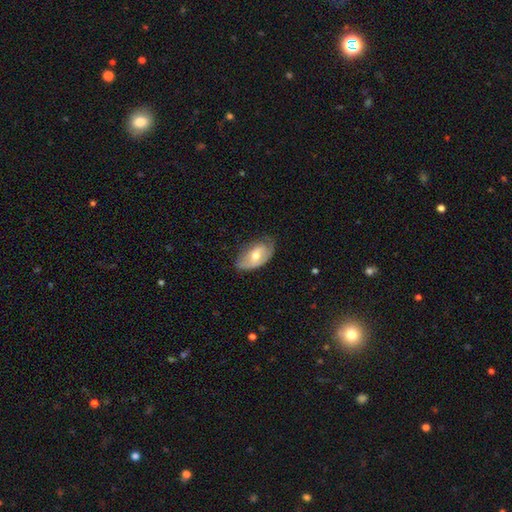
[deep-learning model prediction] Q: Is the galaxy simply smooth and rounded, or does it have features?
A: smooth — 51%.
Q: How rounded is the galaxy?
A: in between — 92%.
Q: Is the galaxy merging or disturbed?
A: none — 55%.